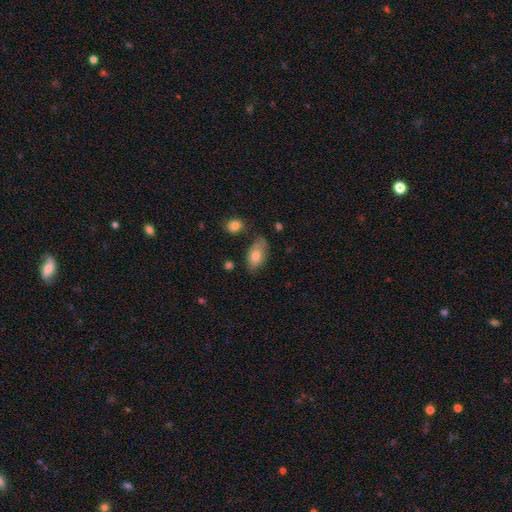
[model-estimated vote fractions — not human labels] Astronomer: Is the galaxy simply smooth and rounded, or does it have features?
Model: smooth — 77%.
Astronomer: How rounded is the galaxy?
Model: in between — 92%.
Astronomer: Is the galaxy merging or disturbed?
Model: none — 60%.